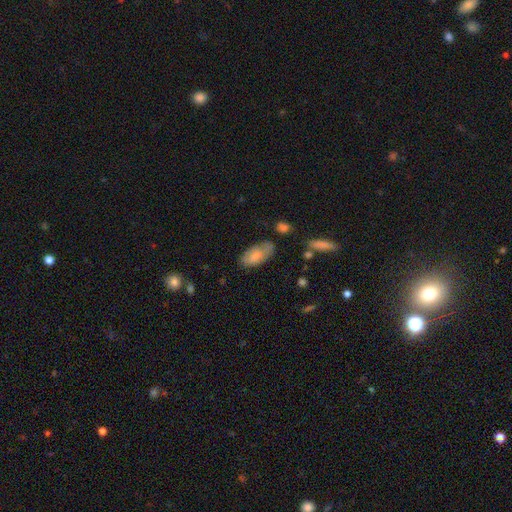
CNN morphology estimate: Smooth or featured: smooth — 70% (featured or disk — 24%)
How rounded: in between — 92% (cigar-shaped — 6%)
Merging: none — 63% (minor disturbance — 26%)